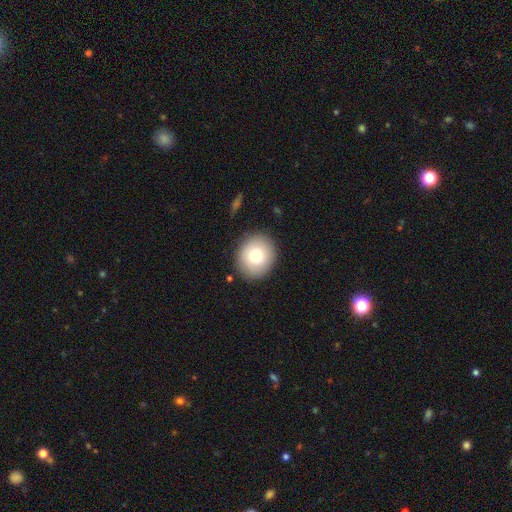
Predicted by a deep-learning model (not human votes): smooth 79%, featured or disk 13%, star or artifact 8%. Down the decision tree: how rounded — round (76%); merging — none (88%).